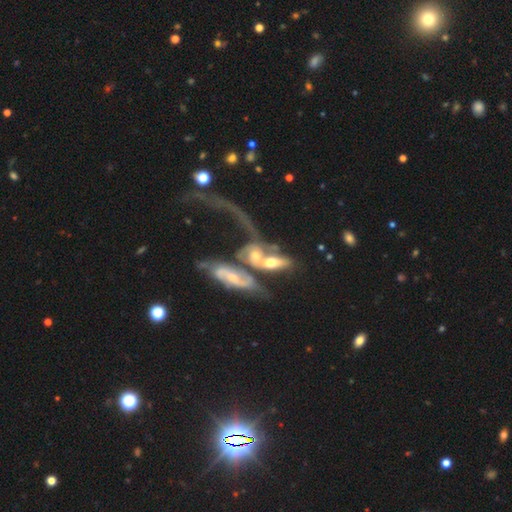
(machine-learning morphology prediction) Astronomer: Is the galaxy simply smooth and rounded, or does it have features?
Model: featured or disk — 67%.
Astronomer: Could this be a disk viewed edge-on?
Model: no — 84%.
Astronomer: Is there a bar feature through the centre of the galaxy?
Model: no — 56%.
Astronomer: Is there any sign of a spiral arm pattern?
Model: yes — 73%.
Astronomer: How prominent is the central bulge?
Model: moderate — 51% (runner-up: small, 34%).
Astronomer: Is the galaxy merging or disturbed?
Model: merger — 71%.